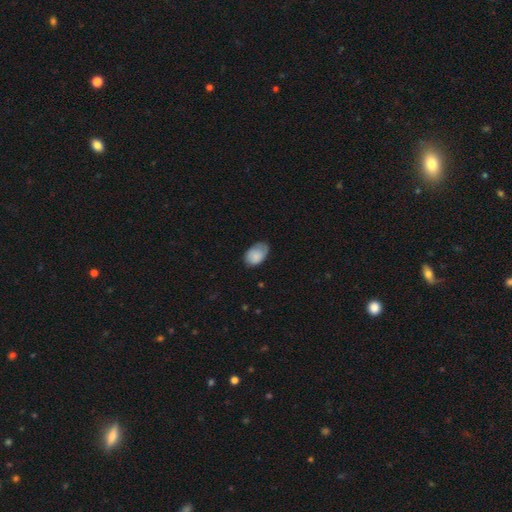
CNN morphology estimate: This appears to be a smooth galaxy with no disk features (84%) that is in between round and cigar-shaped (85%). Merging: none (54%).